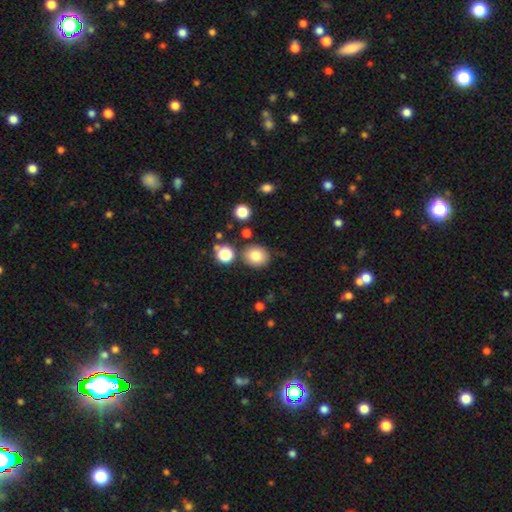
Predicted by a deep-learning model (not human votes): Smooth or featured: smooth — 80% (star or artifact — 12%)
How rounded: round — 76% (in between — 23%)
Merging: none — 82% (minor disturbance — 9%)